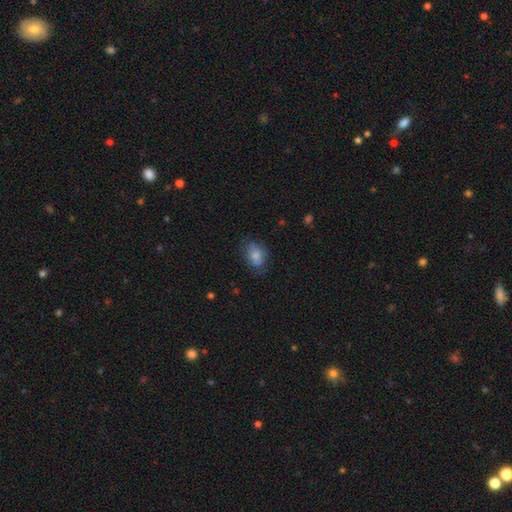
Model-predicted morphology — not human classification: smooth_or_featured: smooth (p=0.75) [alt: featured or disk p=0.16]
how_rounded: in between (p=0.67) [alt: round p=0.32]
merging: none (p=0.62) [alt: minor disturbance p=0.26]